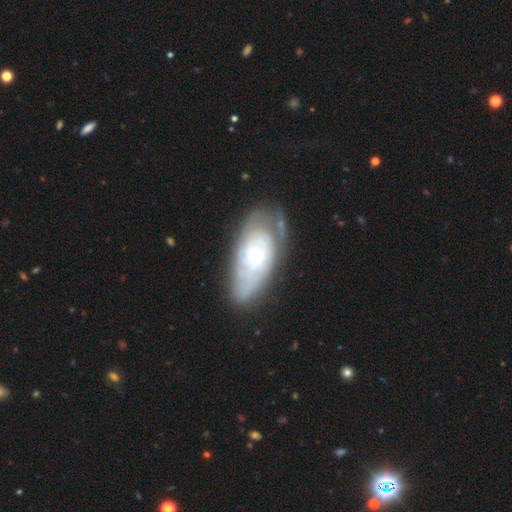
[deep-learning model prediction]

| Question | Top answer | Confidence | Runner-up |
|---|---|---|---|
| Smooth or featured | featured or disk | 69% | smooth (25%) |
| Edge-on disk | no | 91% | yes (9%) |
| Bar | no | 73% | weak (23%) |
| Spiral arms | yes | 73% | no (27%) |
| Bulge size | small | 59% | moderate (36%) |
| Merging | none | 56% | minor disturbance (25%) |